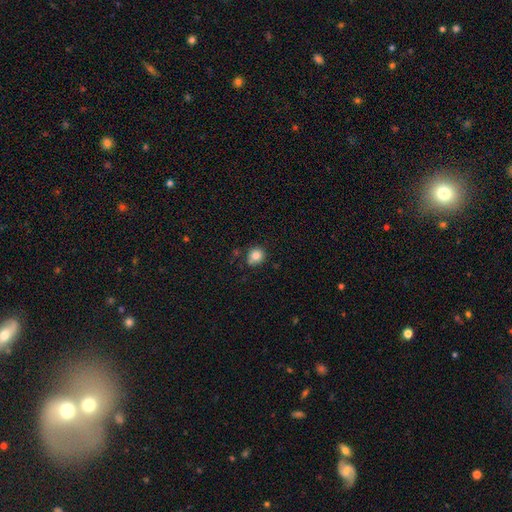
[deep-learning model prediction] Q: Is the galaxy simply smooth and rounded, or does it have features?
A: smooth — 83%.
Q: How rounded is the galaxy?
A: round — 84%.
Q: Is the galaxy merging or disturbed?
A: none — 74%.